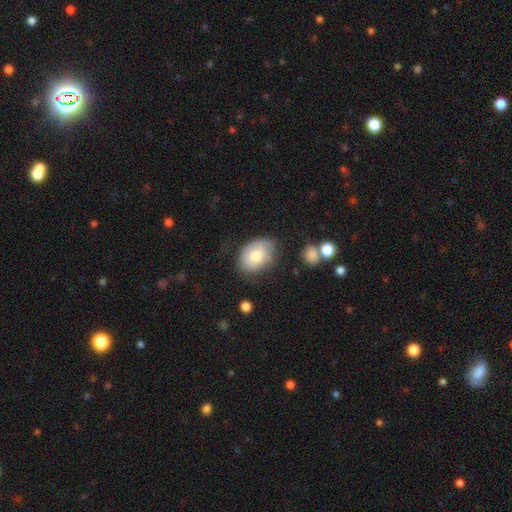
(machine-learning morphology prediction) Smooth or featured: smooth — 73% (featured or disk — 20%)
How rounded: in between — 79% (round — 20%)
Merging: none — 62% (minor disturbance — 27%)